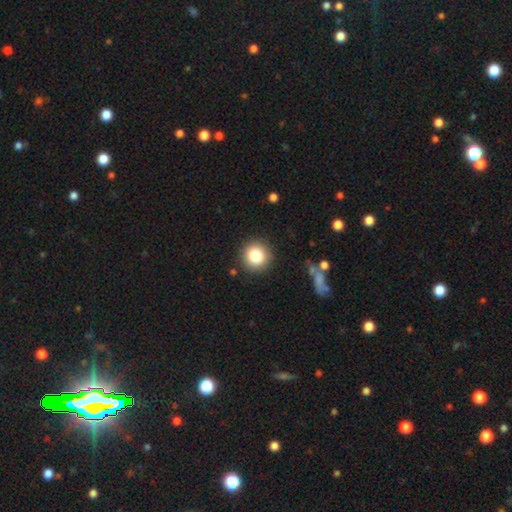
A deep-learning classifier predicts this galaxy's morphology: A smooth galaxy with no disk features (83%) that is round (93%). Merging: none (89%).